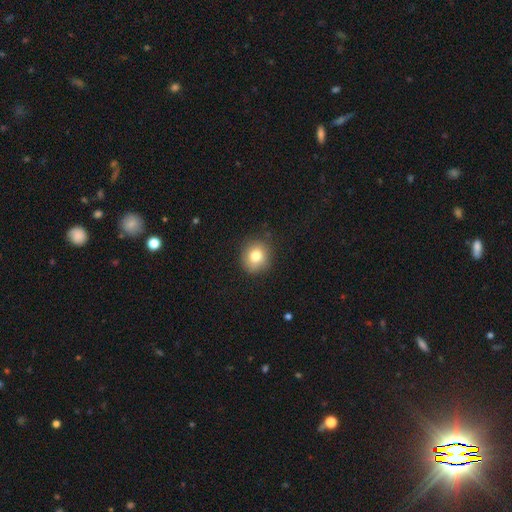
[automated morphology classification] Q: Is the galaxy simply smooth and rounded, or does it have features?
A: smooth — 80%.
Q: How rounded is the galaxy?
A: round — 85%.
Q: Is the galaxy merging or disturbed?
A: none — 87%.